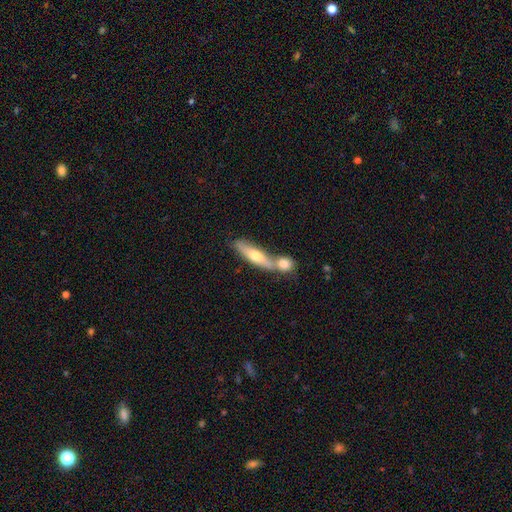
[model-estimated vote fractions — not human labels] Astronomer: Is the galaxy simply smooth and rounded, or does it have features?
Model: smooth — 54% (runner-up: featured or disk, 41%).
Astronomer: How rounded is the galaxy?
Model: cigar-shaped — 68%.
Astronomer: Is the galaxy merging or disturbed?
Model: merger — 48% (runner-up: none, 39%).